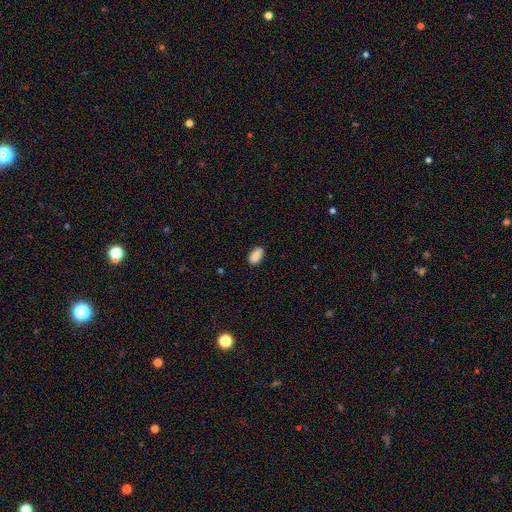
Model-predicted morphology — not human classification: smooth-or-featured: smooth: 84% | featured or disk: 9% | star or artifact: 8%
  how-rounded: in between: 92% | round: 5% | cigar-shaped: 3%
  merging: none: 83% | minor disturbance: 13% | major disturbance: 2% | merger: 1%